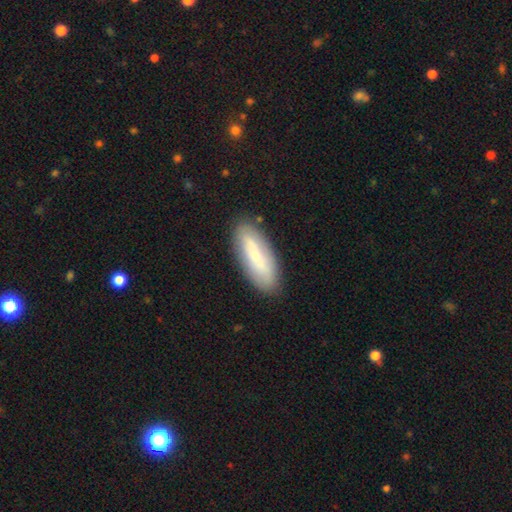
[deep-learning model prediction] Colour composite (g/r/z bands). It shows a smooth galaxy with no disk features (58%) that is in between round and cigar-shaped (65%). Merging: none (86%).